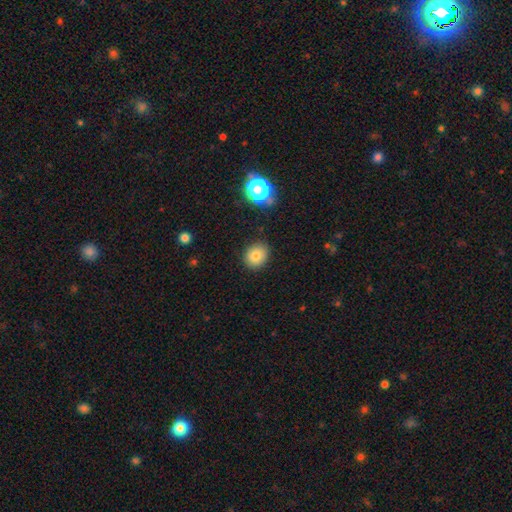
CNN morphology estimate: This appears to be a smooth galaxy with no disk features (79%) that is round (72%). Merging: none (85%).